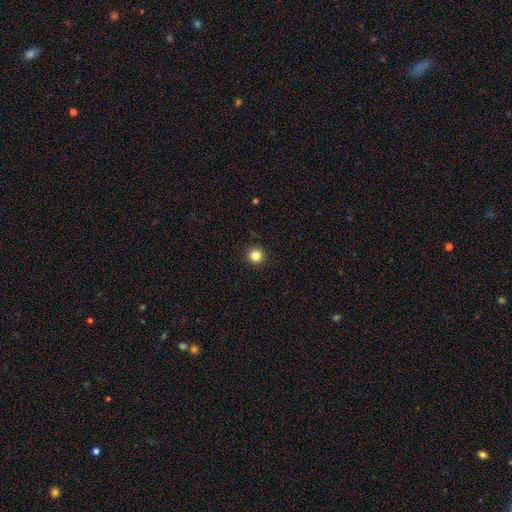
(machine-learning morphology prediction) smooth-or-featured: smooth: 85% | star or artifact: 11% | featured or disk: 4%
  how-rounded: round: 95% | in between: 5% | cigar-shaped: 1%
  merging: none: 93% | minor disturbance: 5% | major disturbance: 2% | merger: 1%